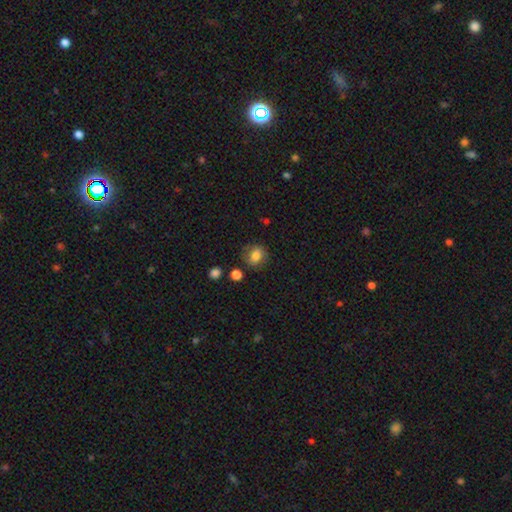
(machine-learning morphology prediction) This appears to be a smooth galaxy with no disk features (79%) that is round (59%). Merging: none (76%).